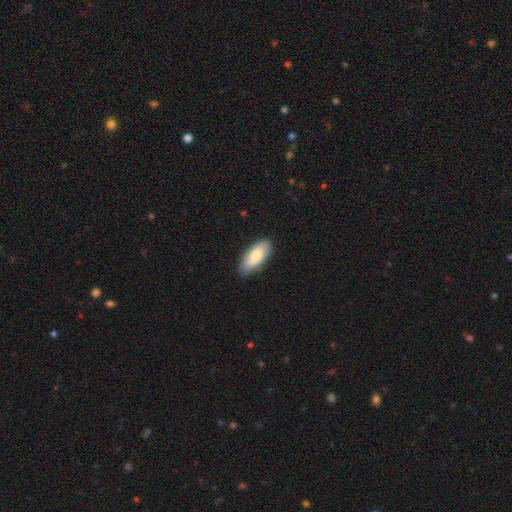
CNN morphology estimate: This is clearly a smooth galaxy (81%). How rounded: clearly in between (86%). Merging: clearly none (83%).